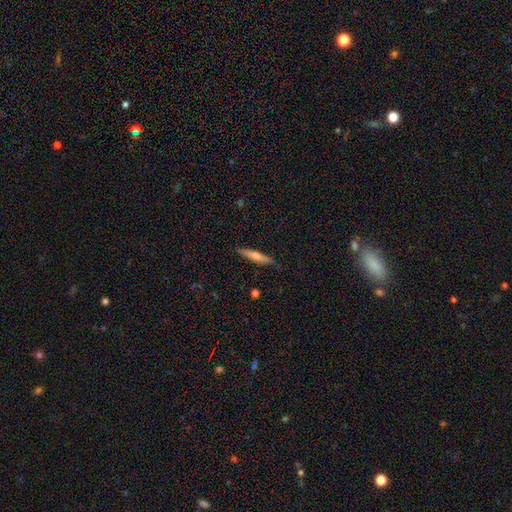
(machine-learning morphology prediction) smooth-or-featured: smooth: 50% | featured or disk: 44% | star or artifact: 6%
  merging: none: 89% | minor disturbance: 8% | major disturbance: 2% | merger: 1%